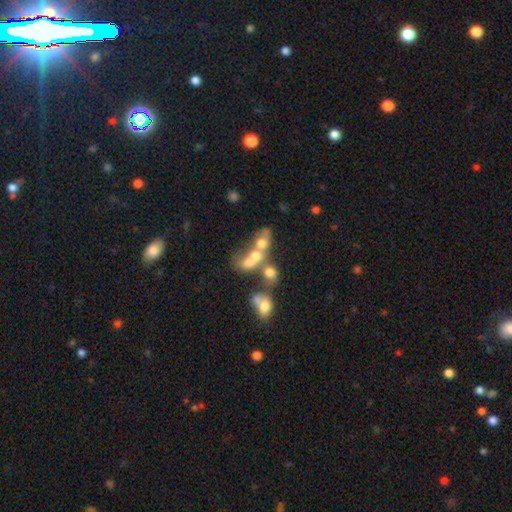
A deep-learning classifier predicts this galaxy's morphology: type=smooth (52%); roundness=in between (52%); merging=merger (64%).